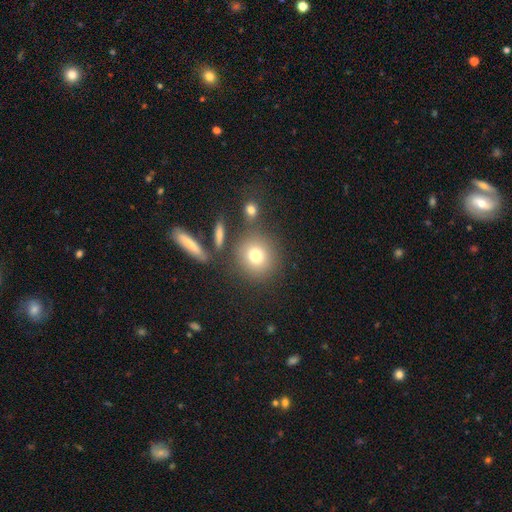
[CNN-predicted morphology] type=smooth (76%); roundness=round (86%); merging=none (75%).